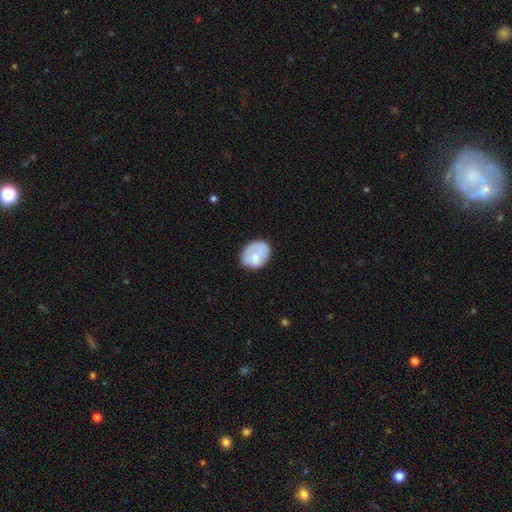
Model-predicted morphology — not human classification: The model was most divided on "how rounded": in between: 60%, round: 40%, cigar-shaped: 1%. More confident: smooth or featured — smooth (62%); merging — none (57%).